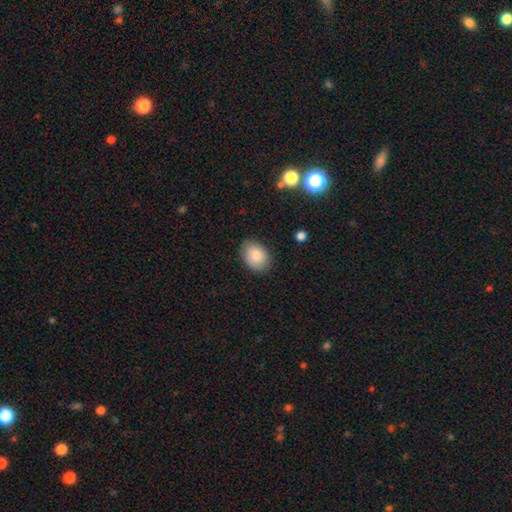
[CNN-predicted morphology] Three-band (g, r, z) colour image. It shows a smooth galaxy with no disk features (84%) that is in between round and cigar-shaped (75%). Merging: none (83%).